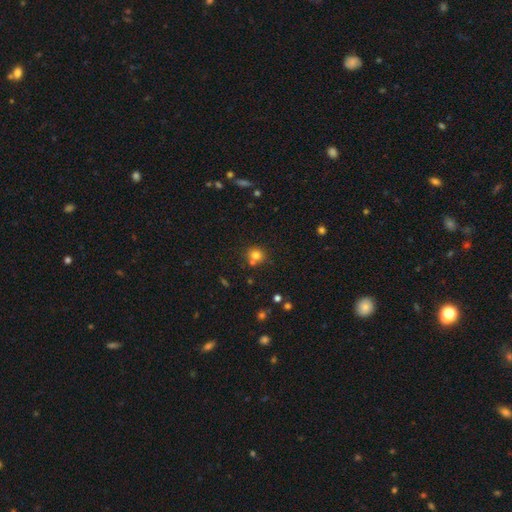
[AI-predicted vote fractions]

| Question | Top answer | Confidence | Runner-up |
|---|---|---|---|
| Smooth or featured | smooth | 75% | star or artifact (16%) |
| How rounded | round | 86% | in between (13%) |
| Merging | none | 66% | merger (20%) |